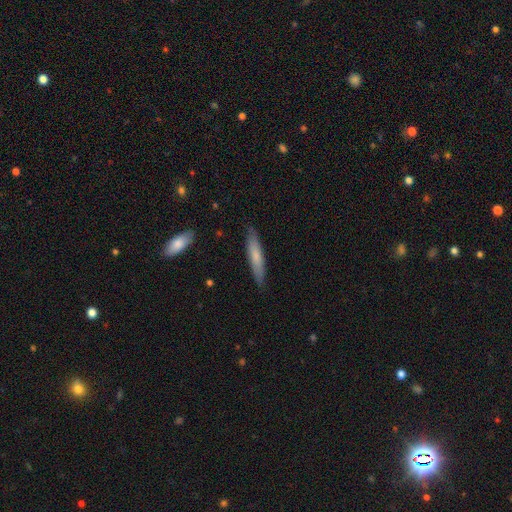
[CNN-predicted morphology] The model was most divided on "smooth or featured": smooth: 69%, featured or disk: 26%, star or artifact: 5%. More confident: how rounded — cigar-shaped (87%); merging — none (87%).